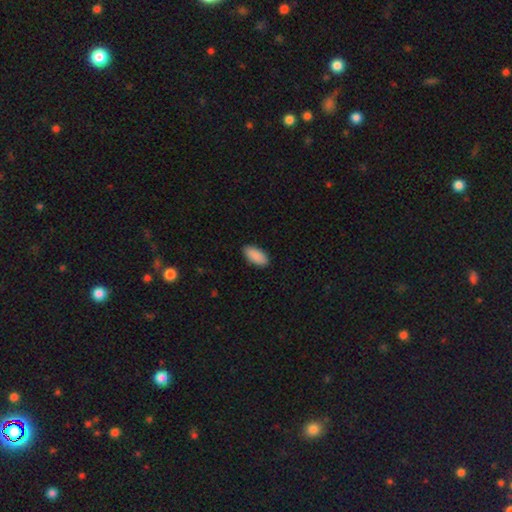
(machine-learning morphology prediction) smooth-or-featured: smooth: 91% | star or artifact: 6% | featured or disk: 3%
  how-rounded: in between: 92% | cigar-shaped: 6% | round: 2%
  merging: none: 88% | minor disturbance: 9% | major disturbance: 2% | merger: 1%